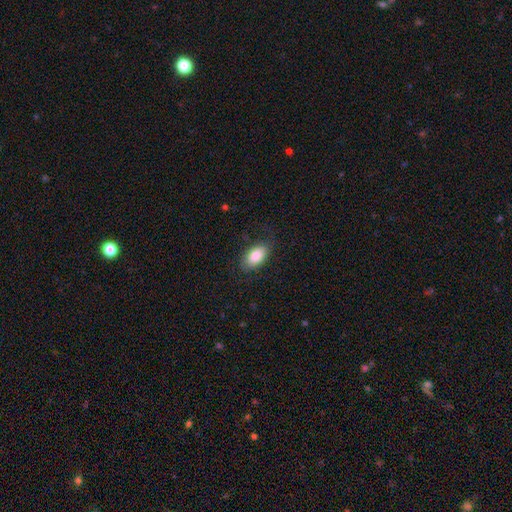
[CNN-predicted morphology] Smooth or featured? Predicted: smooth (p=0.85). How rounded? Predicted: in between (p=0.93). Merging? Predicted: none (p=0.76).